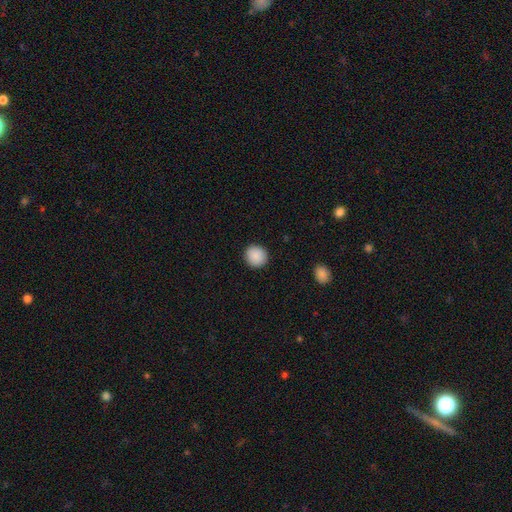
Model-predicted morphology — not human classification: This appears to be a smooth galaxy with no disk features (90%) that is round (92%). Merging: none (92%).